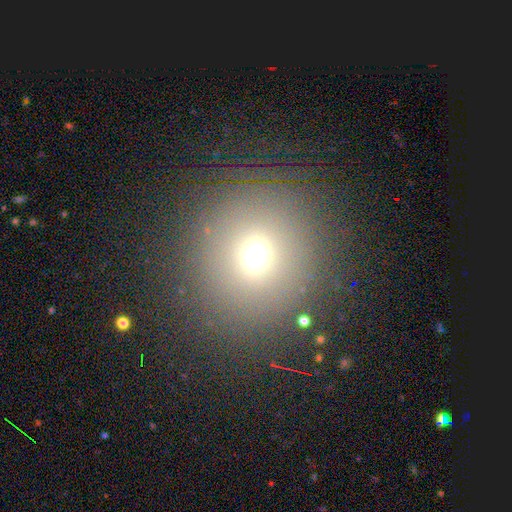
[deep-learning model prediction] smooth-or-featured: smooth: 65% | star or artifact: 25% | featured or disk: 10%
  how-rounded: round: 90% | in between: 9% | cigar-shaped: 1%
  merging: none: 86% | minor disturbance: 7% | major disturbance: 4% | merger: 2%